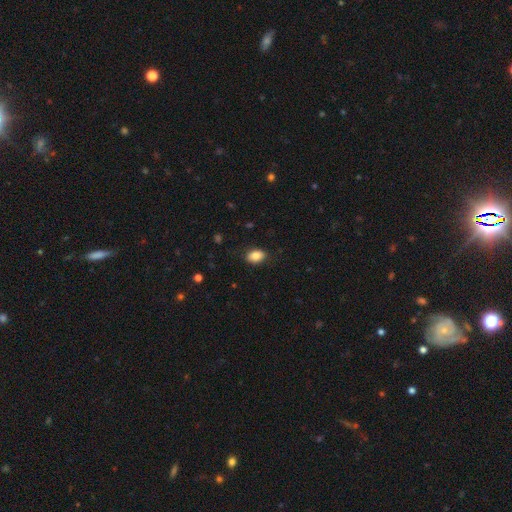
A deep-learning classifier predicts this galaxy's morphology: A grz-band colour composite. It shows a smooth galaxy with no disk features (85%) that is in between round and cigar-shaped (81%). Merging: none (85%).